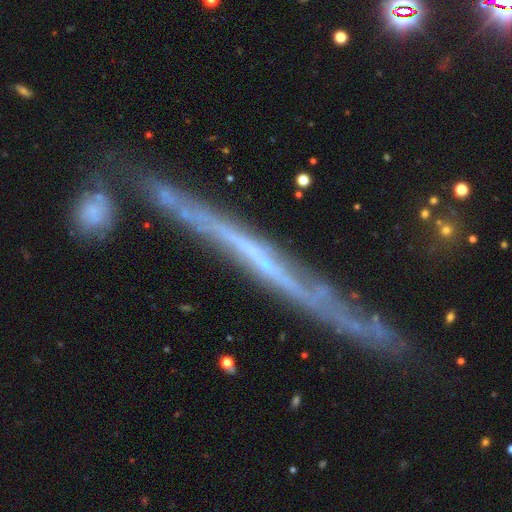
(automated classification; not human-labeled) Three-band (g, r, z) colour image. It shows a featured or disk galaxy (76%) viewed edge-on (91%) with no central bulge (82%). Merging: none (74%).